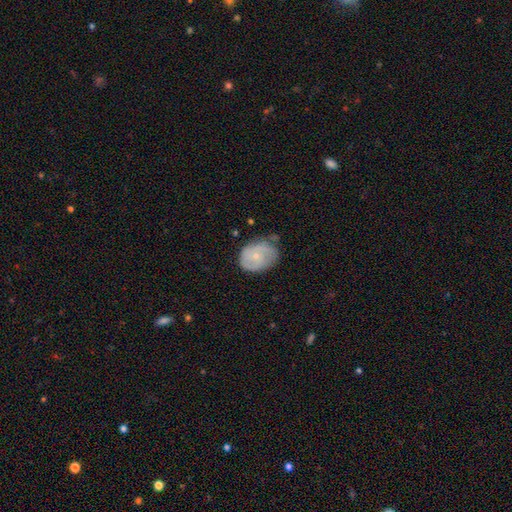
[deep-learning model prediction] This is possibly a smooth galaxy (50%). Merging: possibly none (54%).